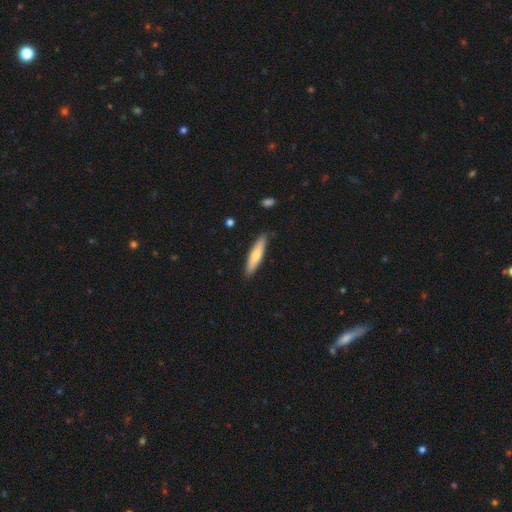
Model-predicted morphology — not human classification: Smooth or featured?
  - smooth: 61% *
  - featured or disk: 34%
  - star or artifact: 5%
How rounded?
  - cigar-shaped: 81% *
  - in between: 18%
  - round: 2%
Merging?
  - none: 88% *
  - minor disturbance: 9%
  - major disturbance: 2%
  - merger: 1%